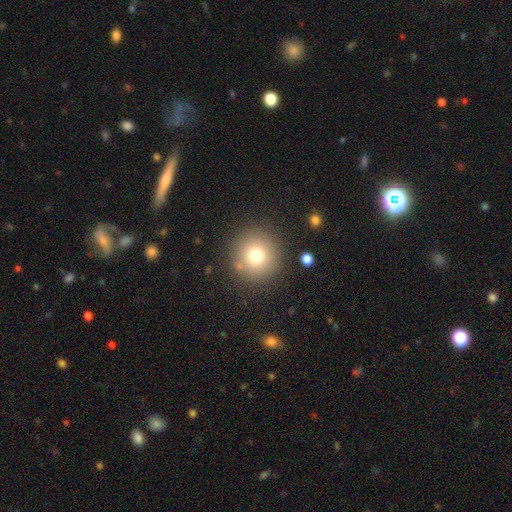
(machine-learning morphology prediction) smooth 76%, star or artifact 13%, featured or disk 11%. Down the decision tree: how rounded — round (94%); merging — none (86%).